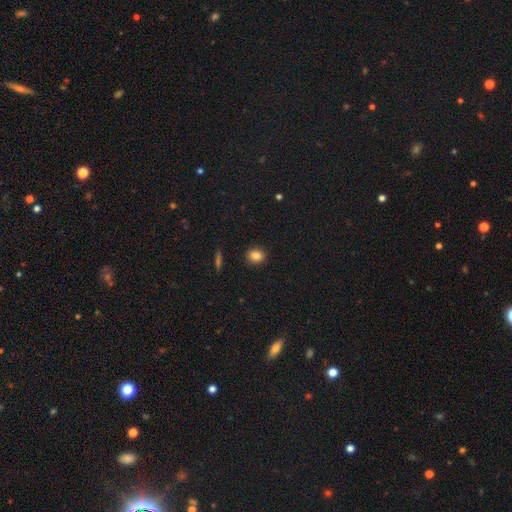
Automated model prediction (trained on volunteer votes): Smooth or featured? Predicted: smooth (p=0.84). How rounded? Predicted: round (p=0.63). Merging? Predicted: none (p=0.90).